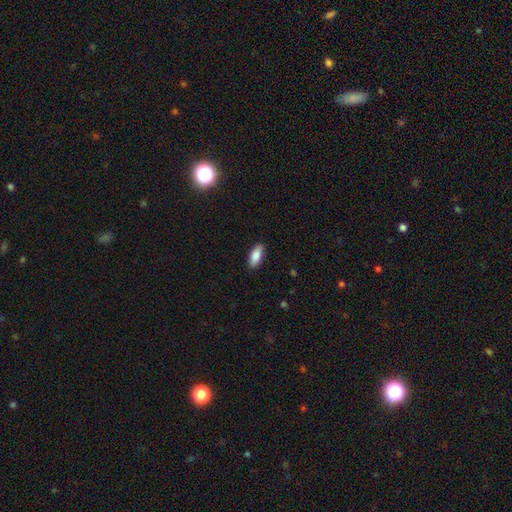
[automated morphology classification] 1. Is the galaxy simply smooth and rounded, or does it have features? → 86% smooth, 8% featured or disk, 6% star or artifact.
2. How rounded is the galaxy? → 84% in between, 14% cigar-shaped, 2% round.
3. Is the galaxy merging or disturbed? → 88% none, 9% minor disturbance, 2% major disturbance, 1% merger.